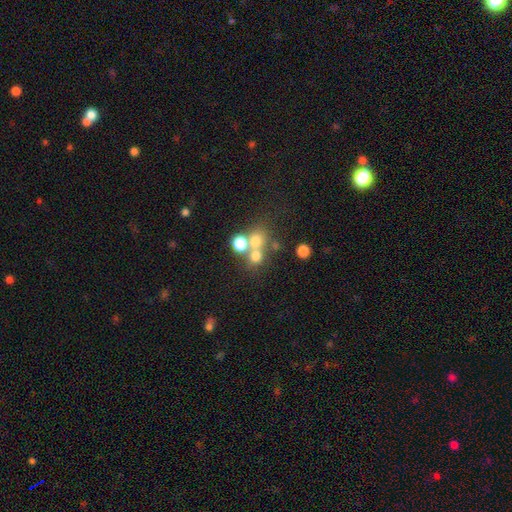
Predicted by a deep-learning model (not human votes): smooth-or-featured: smooth: 67% | star or artifact: 18% | featured or disk: 16%
  how-rounded: round: 83% | in between: 15% | cigar-shaped: 1%
  merging: none: 45% | merger: 44% | minor disturbance: 7% | major disturbance: 5%